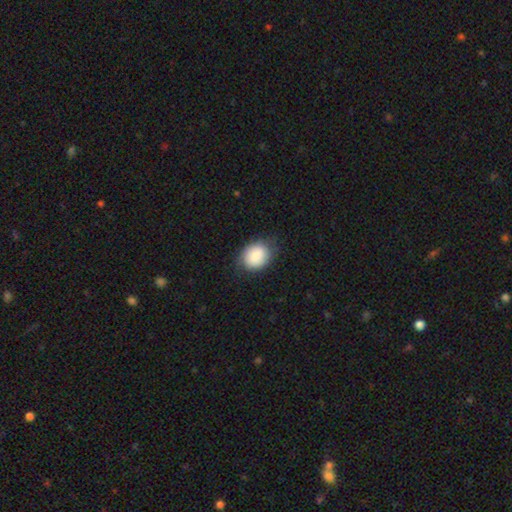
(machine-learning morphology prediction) This appears to be a smooth galaxy with no disk features (86%) that is round (55%). Merging: none (76%).